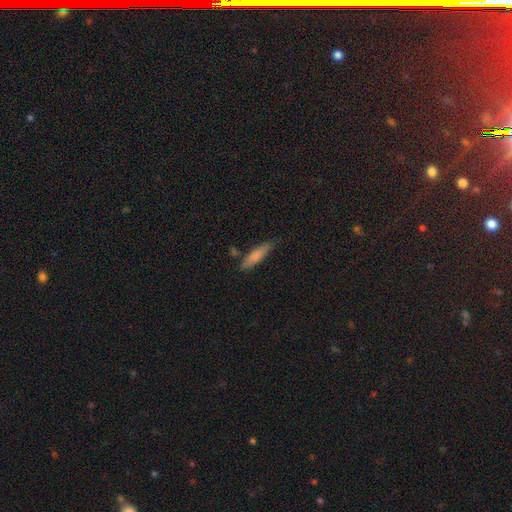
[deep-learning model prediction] A smooth galaxy with no disk features (78%) that is cigar-shaped (75%).

Vote fractions:
- Smooth or featured? smooth: 78% / featured or disk: 15% / star or artifact: 7%
- How rounded? cigar-shaped: 75% / in between: 23% / round: 2%
- Merging? none: 74% / minor disturbance: 18% / merger: 5% / major disturbance: 4%